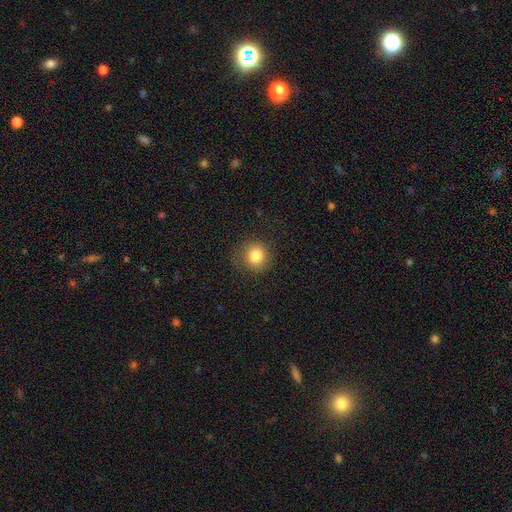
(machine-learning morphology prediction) smooth 82%, star or artifact 10%, featured or disk 8%. Down the decision tree: how rounded — round (87%); merging — none (79%).